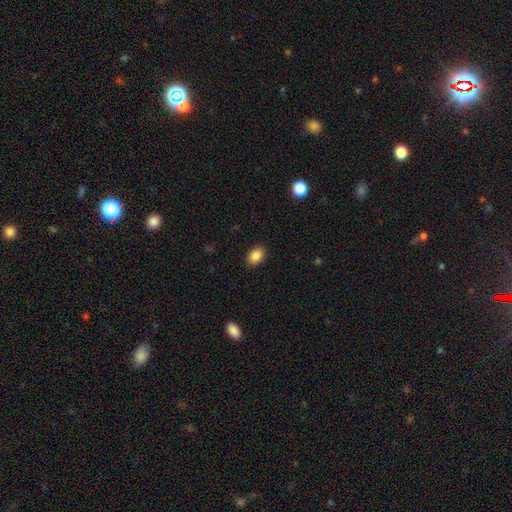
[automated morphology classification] Smooth or featured?
  - smooth: 86% *
  - star or artifact: 8%
  - featured or disk: 5%
How rounded?
  - in between: 80% *
  - round: 19%
  - cigar-shaped: 1%
Merging?
  - none: 89% *
  - minor disturbance: 8%
  - major disturbance: 2%
  - merger: 1%